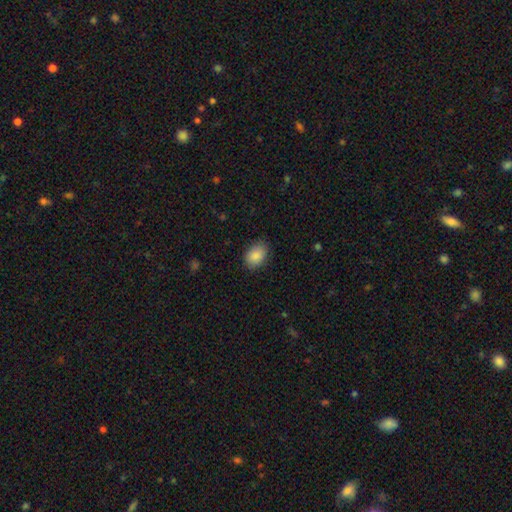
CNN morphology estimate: This appears to be a smooth galaxy with no disk features (88%) that is in between round and cigar-shaped (81%). Merging: none (85%).